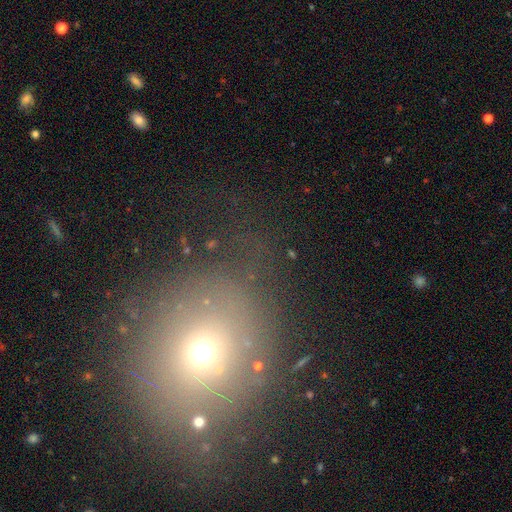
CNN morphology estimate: Smooth or featured?
  - smooth: 58% *
  - star or artifact: 24%
  - featured or disk: 18%
How rounded?
  - round: 77% *
  - in between: 22%
  - cigar-shaped: 1%
Merging?
  - none: 61% *
  - minor disturbance: 19%
  - major disturbance: 16%
  - merger: 5%